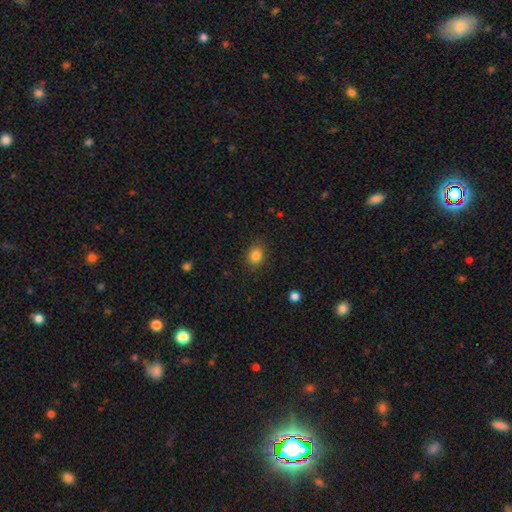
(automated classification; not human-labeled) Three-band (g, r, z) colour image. It shows a smooth galaxy with no disk features (84%) that is round (52%). Merging: none (83%).